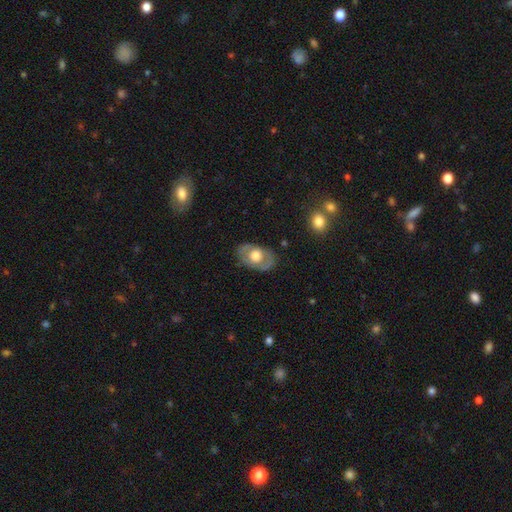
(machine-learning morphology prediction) smooth-or-featured: featured or disk: 47% (tied) | smooth: 47% (tied) | star or artifact: 6%
  merging: none: 77% | minor disturbance: 16% | major disturbance: 5% | merger: 1%